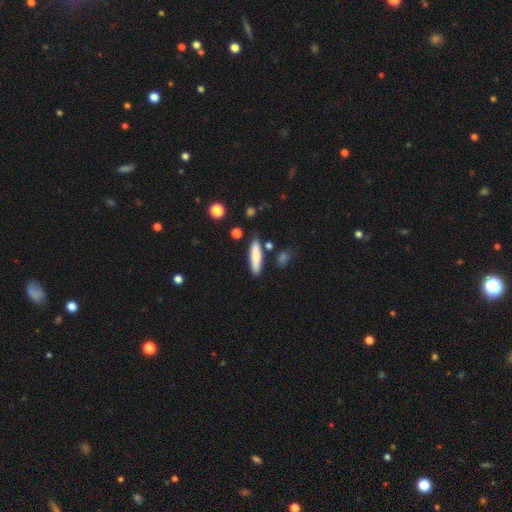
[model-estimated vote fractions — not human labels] Smooth or featured? Predicted: smooth (p=0.77). How rounded? Predicted: cigar-shaped (p=0.78). Merging? Predicted: none (p=0.79).